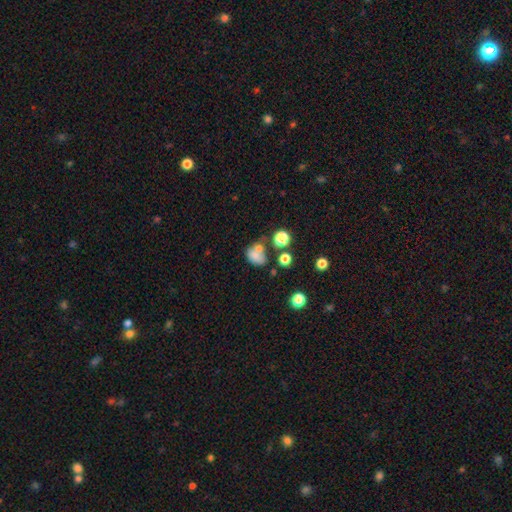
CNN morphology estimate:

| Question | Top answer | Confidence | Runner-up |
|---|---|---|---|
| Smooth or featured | smooth | 73% | star or artifact (14%) |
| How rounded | in between | 66% | round (32%) |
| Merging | merger | 38% | none (34%) |